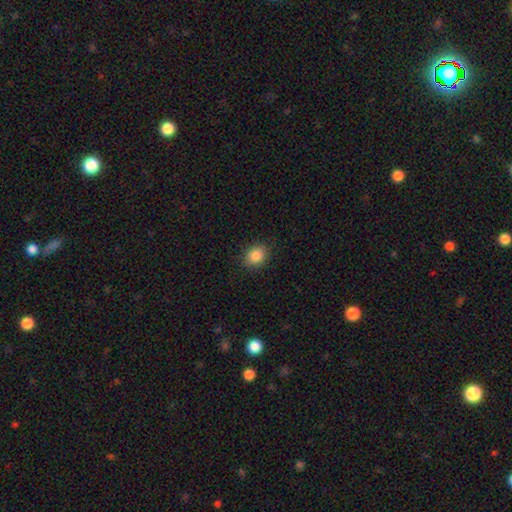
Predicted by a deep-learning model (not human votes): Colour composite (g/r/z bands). It shows a smooth galaxy with no disk features (87%) that is round (53%). Merging: none (87%).